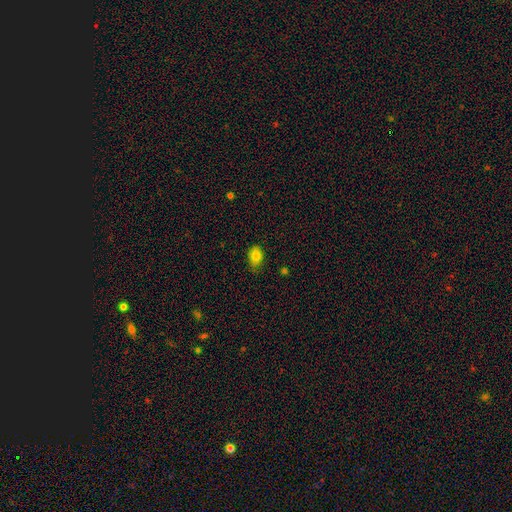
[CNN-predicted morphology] type=smooth (84%); roundness=in between (79%); merging=none (73%).